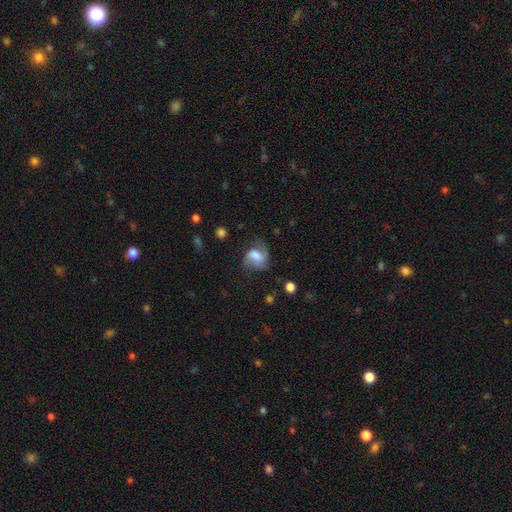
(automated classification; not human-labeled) smooth_or_featured: smooth (p=0.47) [alt: featured or disk p=0.44]
merging: none (p=0.47) [alt: minor disturbance p=0.26]